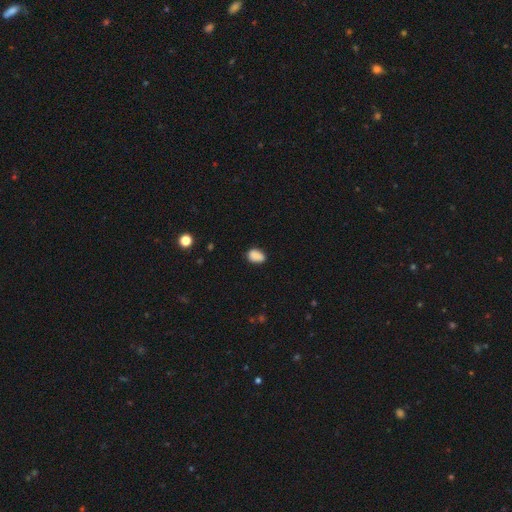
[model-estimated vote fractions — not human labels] This appears to be a smooth galaxy with no disk features (88%) that is in between round and cigar-shaped (84%). Merging: none (78%).